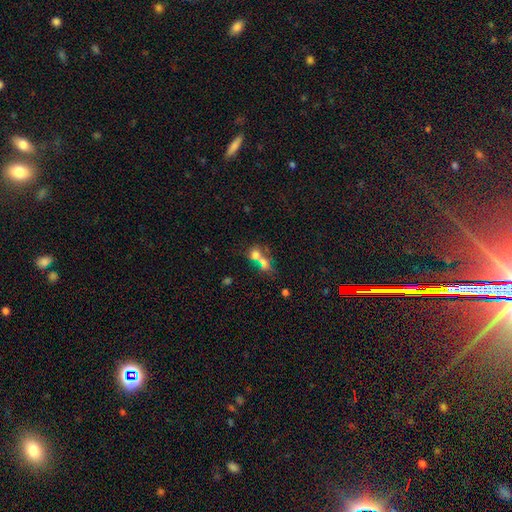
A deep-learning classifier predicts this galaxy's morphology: Smooth or featured? smooth (67%)
How rounded? round (54%)
Merging? merger (64%)